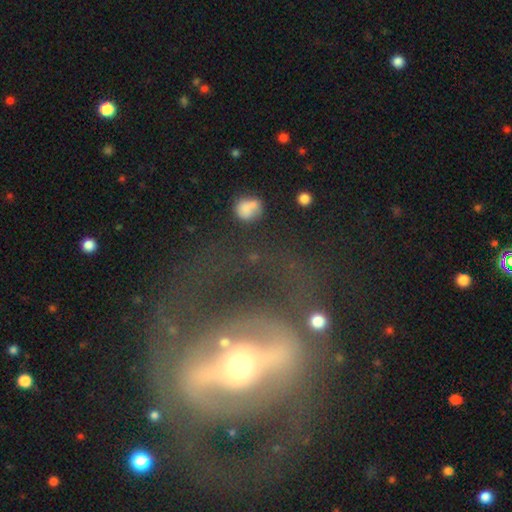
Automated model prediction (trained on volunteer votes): Overall: featured or disk (82%). Edge-on disk: no (82%). Bar: strong (75%). Spiral arms: no (57%; yes 43%). Bulge size: moderate (59%; small 29%). Merging: none (67%).